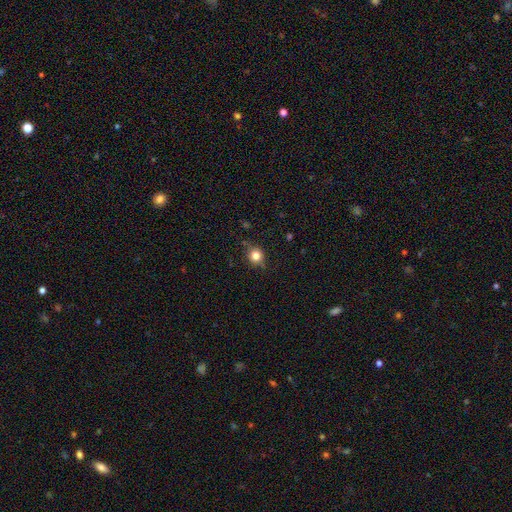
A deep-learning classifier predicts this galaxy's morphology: Overall: smooth (80%). How rounded: round (87%). Merging: none (80%).